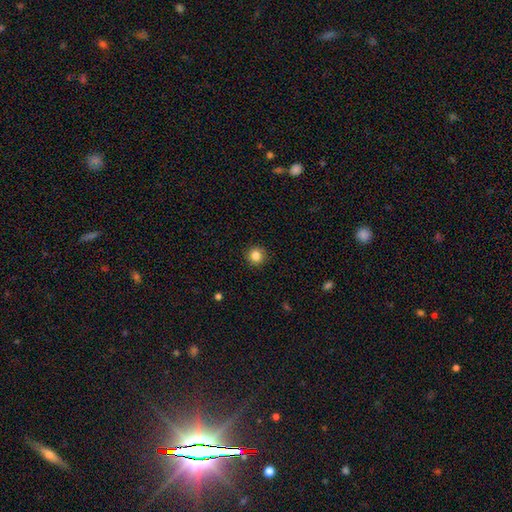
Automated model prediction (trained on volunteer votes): Smooth or featured? Predicted: smooth (p=0.85). How rounded? Predicted: round (p=0.93). Merging? Predicted: none (p=0.90).